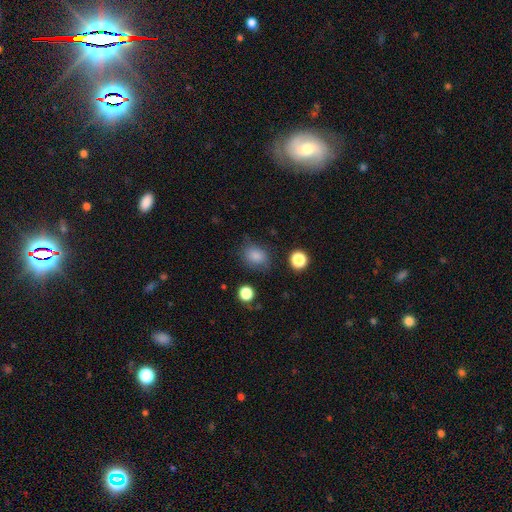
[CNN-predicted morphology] This appears to be a smooth galaxy with no disk features (84%) that is in between round and cigar-shaped (55%). Merging: none (73%).